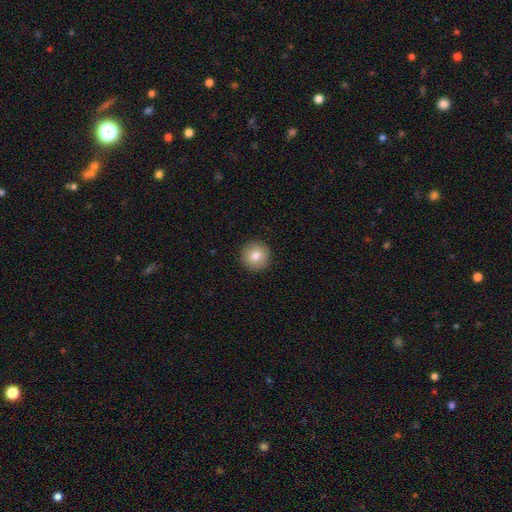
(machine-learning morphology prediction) Smooth or featured? Predicted: smooth (p=0.80). How rounded? Predicted: round (p=0.96). Merging? Predicted: none (p=0.93).